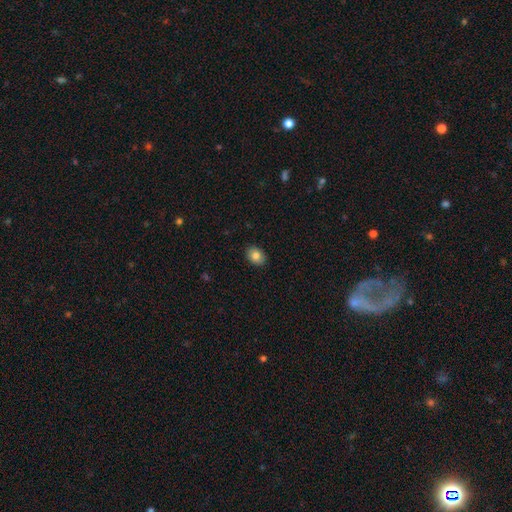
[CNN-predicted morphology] A smooth galaxy with no disk features (84%) that is in between round and cigar-shaped (69%). Merging: none (89%).